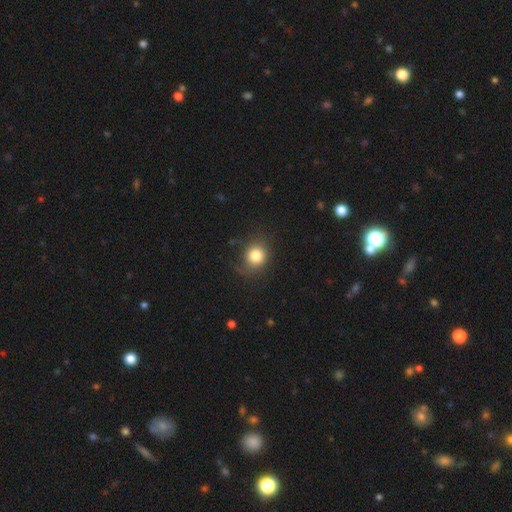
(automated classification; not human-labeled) This appears to be a smooth galaxy with no disk features (81%) that is round (80%). Merging: none (73%).